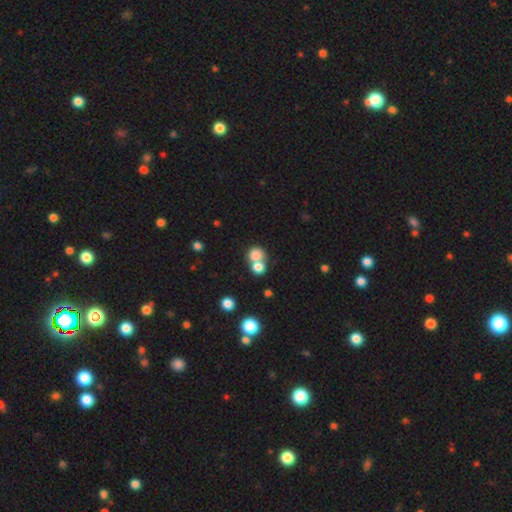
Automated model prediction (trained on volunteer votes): smooth 78%, star or artifact 11%, featured or disk 11%. Down the decision tree: how rounded — round (80%); merging — merger (57%).